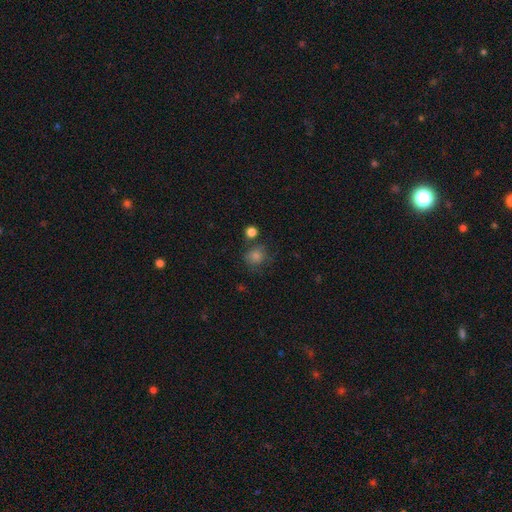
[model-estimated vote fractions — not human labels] Smooth or featured: smooth — 73% (star or artifact — 17%)
How rounded: round — 86% (in between — 13%)
Merging: none — 72% (minor disturbance — 14%)